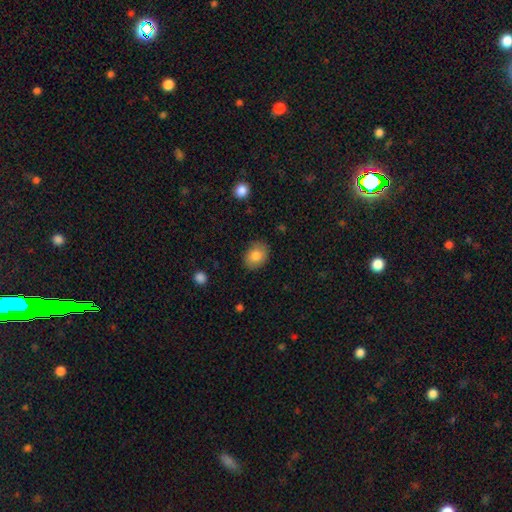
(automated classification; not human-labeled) Overall: smooth (82%). How rounded: in between (62%; round 37%). Merging: none (83%).